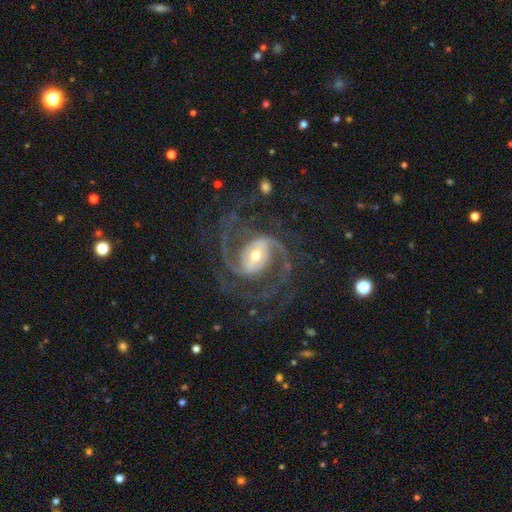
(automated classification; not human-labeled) Smooth or featured: featured or disk — 93% (star or artifact — 4%)
Edge-on disk: no — 98% (yes — 2%)
Bar: strong — 41% (tied with weak — 41%)
Spiral arms: yes — 98% (no — 2%)
Spiral winding: medium — 58% (tight — 25%)
Spiral arm count: 2 — 68% (3 — 14%)
Bulge size: moderate — 56% (small — 35%)
Merging: none — 72% (minor disturbance — 14%)